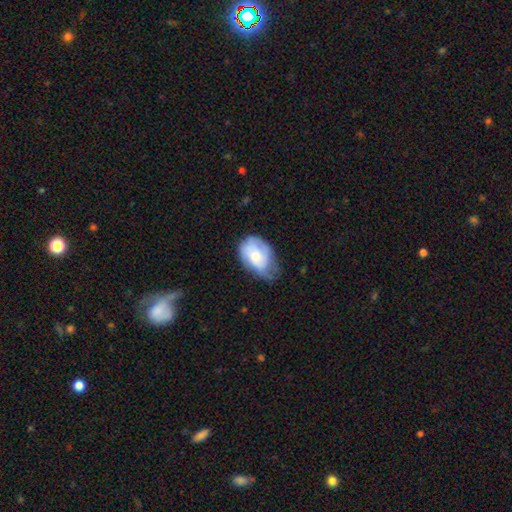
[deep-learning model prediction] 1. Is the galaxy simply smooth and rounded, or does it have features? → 54% smooth, 39% featured or disk, 6% star or artifact.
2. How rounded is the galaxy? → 83% in between, 16% round, 1% cigar-shaped.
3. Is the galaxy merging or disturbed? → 42% minor disturbance, 37% none, 19% major disturbance, 2% merger.